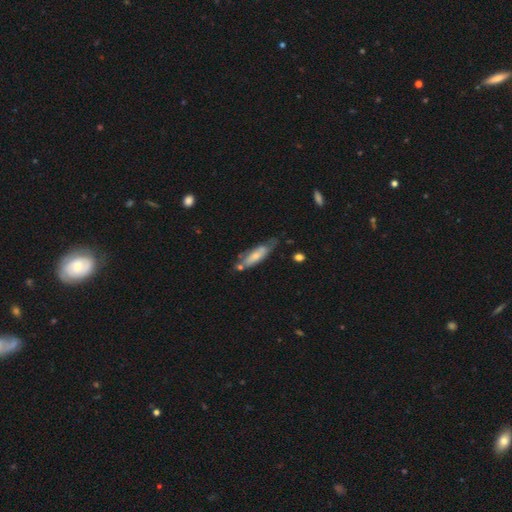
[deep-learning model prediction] Overall: smooth (56%; featured or disk 38%). How rounded: cigar-shaped (57%; in between 41%). Merging: none (52%; minor disturbance 28%).